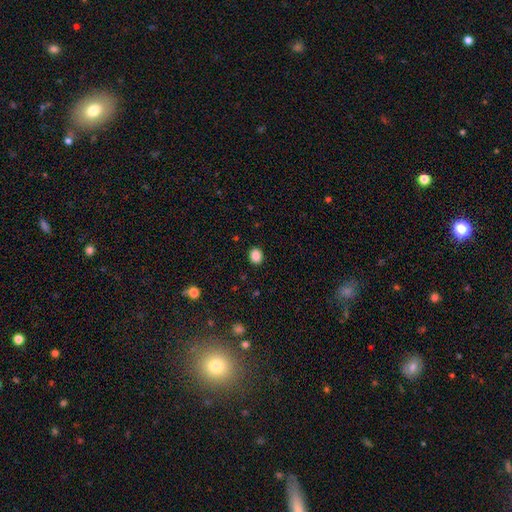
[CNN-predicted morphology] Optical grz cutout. It shows a smooth galaxy with no disk features (88%) that is round (55%). Merging: none (90%).